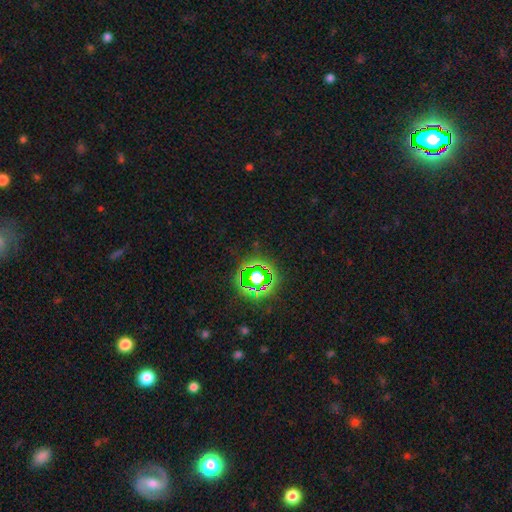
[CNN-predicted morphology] Smooth or featured? star or artifact (78%)